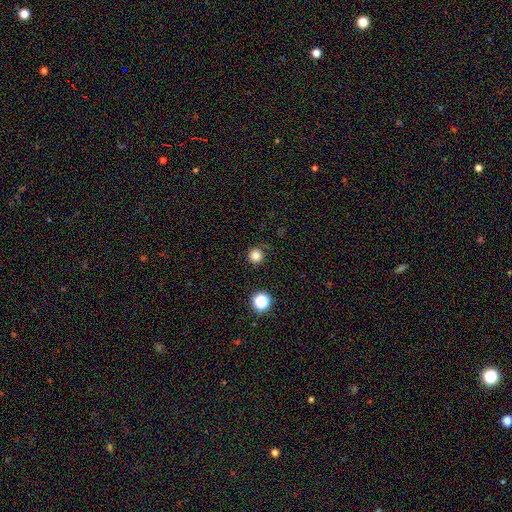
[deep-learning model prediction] Smooth or featured: smooth — 81% (star or artifact — 14%)
How rounded: round — 96% (in between — 3%)
Merging: none — 84% (minor disturbance — 11%)